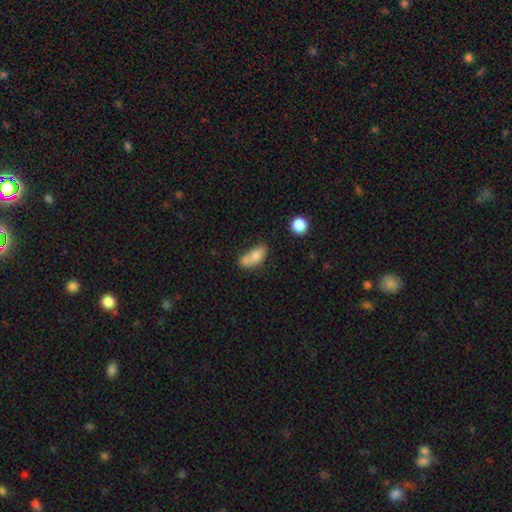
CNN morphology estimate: A smooth galaxy with no disk features (73%) that is in between round and cigar-shaped (80%). Merging: merger (36%).